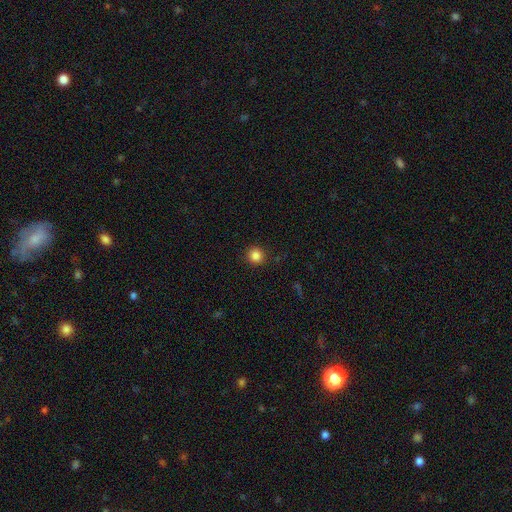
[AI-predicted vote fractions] The model was most divided on "smooth or featured": smooth: 85%, star or artifact: 11%, featured or disk: 4%. More confident: how rounded — round (93%); merging — none (91%).